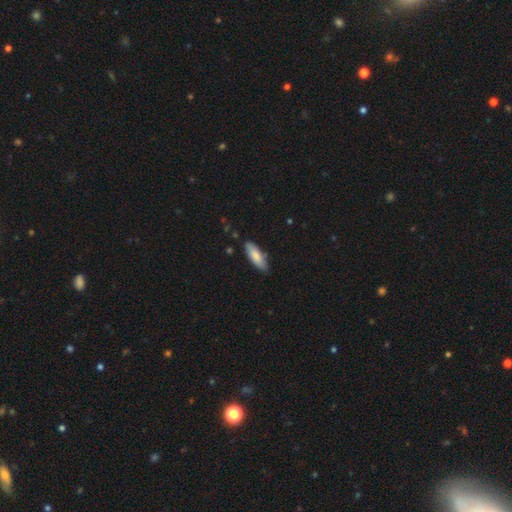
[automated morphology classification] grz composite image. It shows a smooth galaxy with no disk features (82%) that is in between round and cigar-shaped (63%). Merging: none (79%).